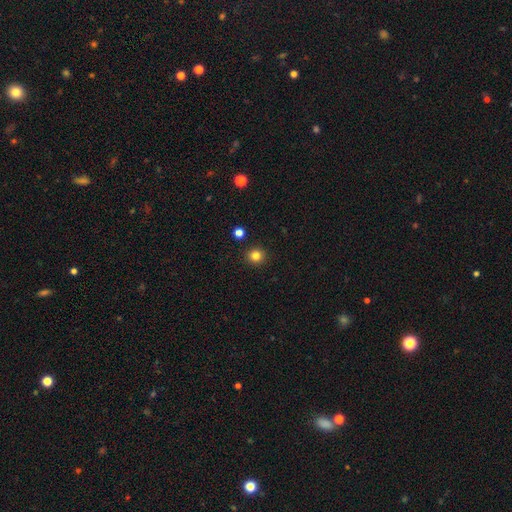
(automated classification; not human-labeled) smooth-or-featured: smooth: 82% | star or artifact: 13% | featured or disk: 5%
  how-rounded: round: 93% | in between: 7% | cigar-shaped: 1%
  merging: none: 92% | minor disturbance: 5% | merger: 2% | major disturbance: 2%